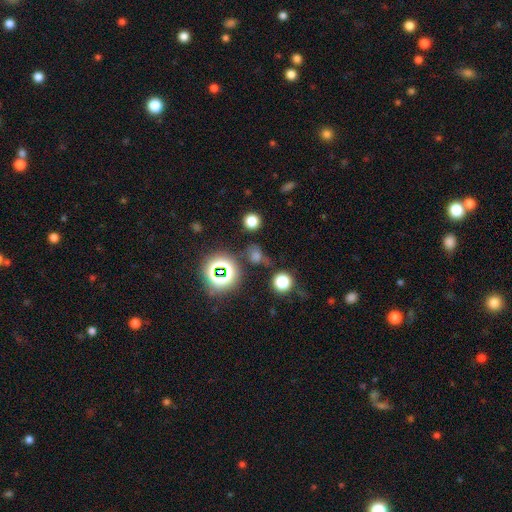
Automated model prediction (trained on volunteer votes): Smooth or featured? Predicted: smooth (p=0.47). Merging? Predicted: none (p=0.71).